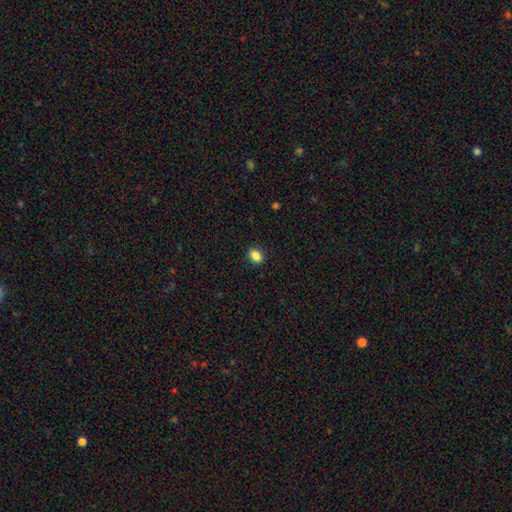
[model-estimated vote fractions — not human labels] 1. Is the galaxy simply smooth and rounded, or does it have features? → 86% smooth, 10% star or artifact, 5% featured or disk.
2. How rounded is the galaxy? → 61% in between, 37% round, 1% cigar-shaped.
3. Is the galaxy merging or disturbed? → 90% none, 7% minor disturbance, 2% major disturbance, 1% merger.